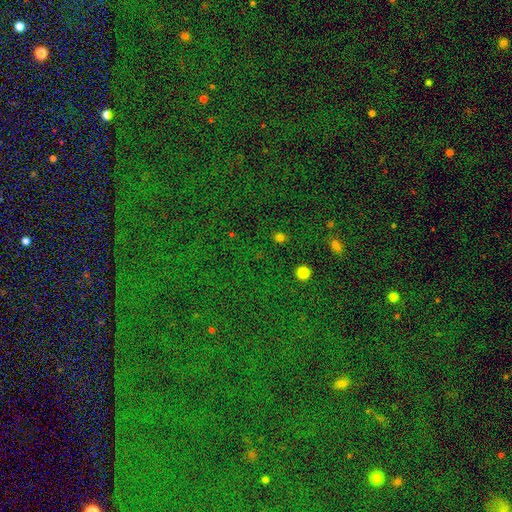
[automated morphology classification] Smooth or featured? star or artifact (84%)